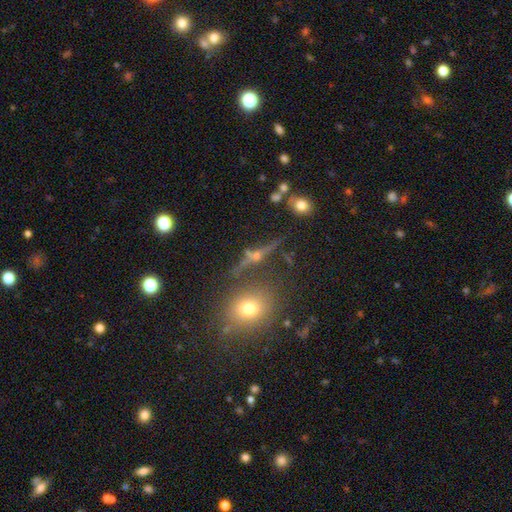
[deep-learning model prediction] Morphology: type=featured or disk (66%); edge-on=yes (87%); edge-on bulge=rounded (92%); merging=none (76%).